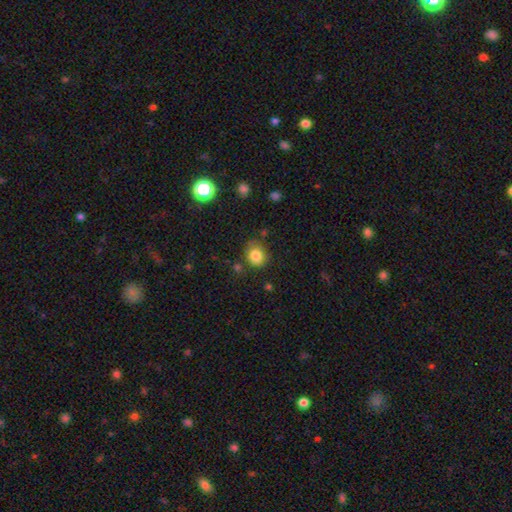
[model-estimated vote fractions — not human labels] smooth_or_featured: smooth (p=0.83) [alt: star or artifact p=0.10]
how_rounded: round (p=0.71) [alt: in between p=0.28]
merging: none (p=0.73) [alt: minor disturbance p=0.18]